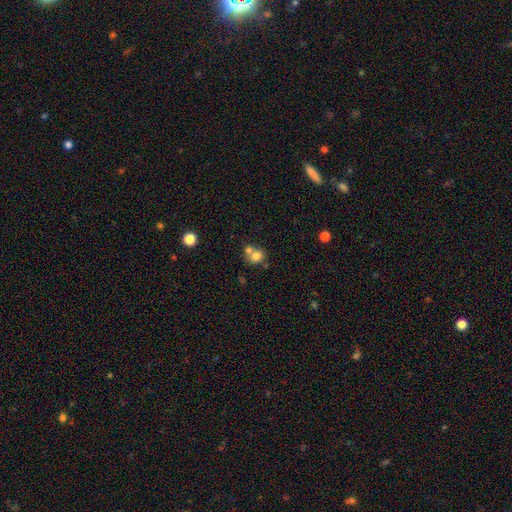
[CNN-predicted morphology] smooth 75%, featured or disk 14%, star or artifact 11%. Down the decision tree: how rounded — round (75%); merging — merger (47%).